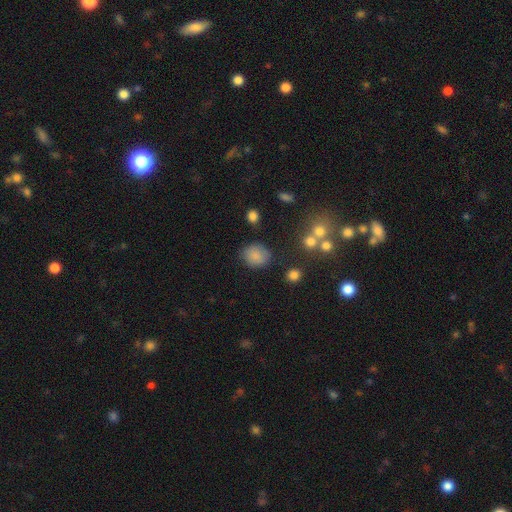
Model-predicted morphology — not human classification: Q: Smooth or featured?
A: smooth (83%); runner-up: star or artifact (10%)
Q: How rounded?
A: round (65%); runner-up: in between (34%)
Q: Merging?
A: none (79%); runner-up: minor disturbance (14%)